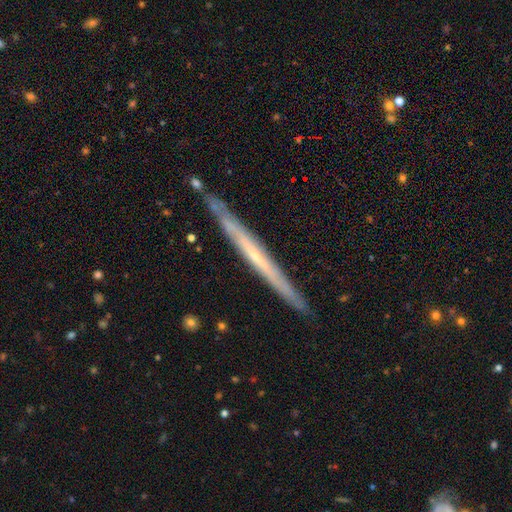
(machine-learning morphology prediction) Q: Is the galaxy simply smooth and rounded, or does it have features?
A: featured or disk — 70%.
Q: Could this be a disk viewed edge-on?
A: yes — 95%.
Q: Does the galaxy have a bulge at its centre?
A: none — 73%.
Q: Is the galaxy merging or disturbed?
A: none — 87%.